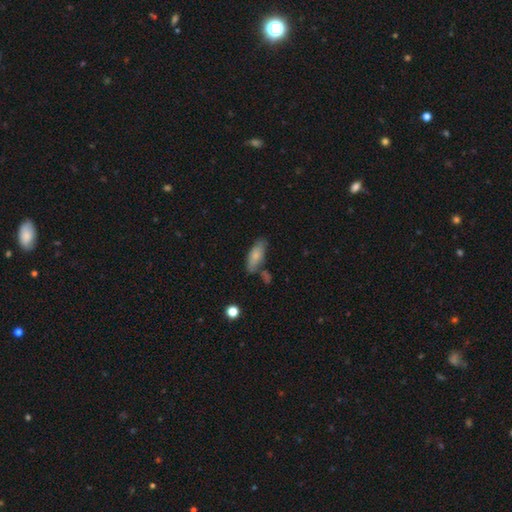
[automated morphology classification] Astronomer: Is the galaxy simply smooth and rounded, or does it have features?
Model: smooth — 75%.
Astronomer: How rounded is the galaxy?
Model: in between — 74%.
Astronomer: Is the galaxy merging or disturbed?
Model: none — 64%.